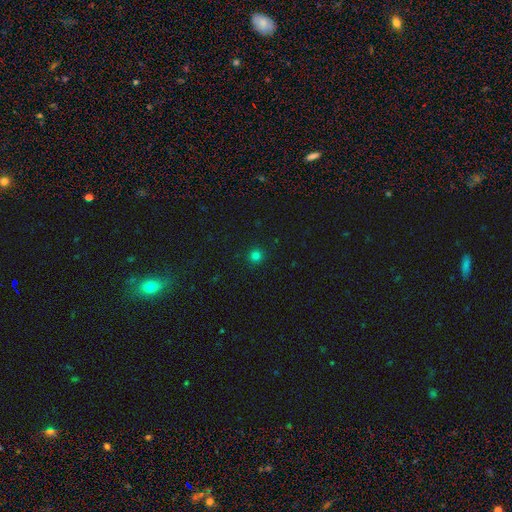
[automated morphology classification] smooth-or-featured: smooth: 79% | star or artifact: 17% | featured or disk: 4%
  how-rounded: round: 94% | in between: 5% | cigar-shaped: 1%
  merging: none: 92% | minor disturbance: 5% | major disturbance: 2% | merger: 1%